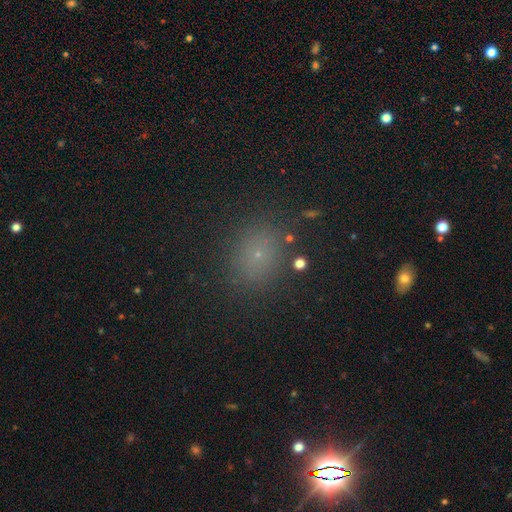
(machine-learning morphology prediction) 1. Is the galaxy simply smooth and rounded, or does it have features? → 66% smooth, 26% star or artifact, 9% featured or disk.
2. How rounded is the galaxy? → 66% round, 33% in between, 1% cigar-shaped.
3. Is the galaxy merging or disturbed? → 85% none, 9% minor disturbance, 4% major disturbance, 2% merger.